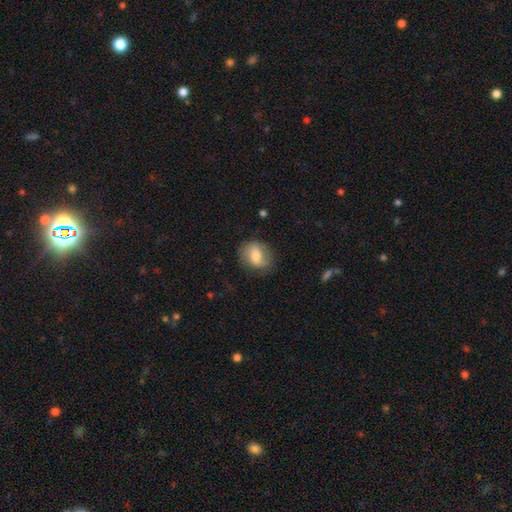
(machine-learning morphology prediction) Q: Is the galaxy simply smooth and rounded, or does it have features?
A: smooth — 65%.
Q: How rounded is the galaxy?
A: round — 55%.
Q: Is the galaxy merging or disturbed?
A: none — 73%.